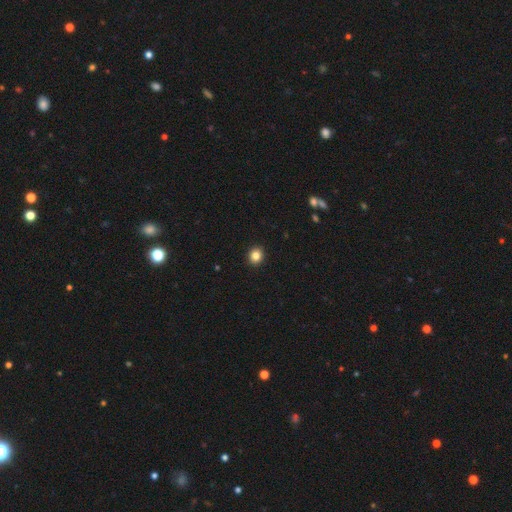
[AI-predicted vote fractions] Smooth or featured? smooth (84%)
How rounded? round (79%)
Merging? none (93%)